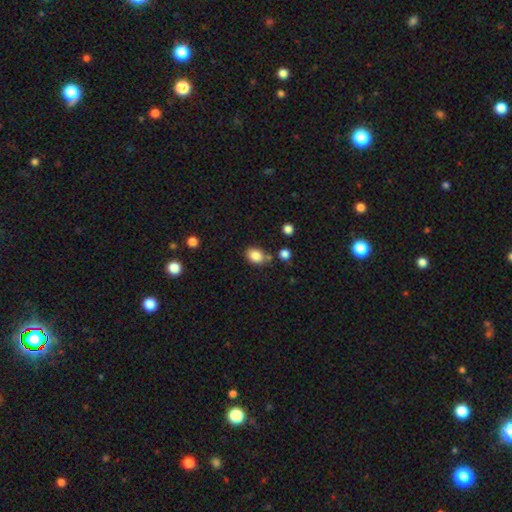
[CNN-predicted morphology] This appears to be a smooth galaxy with no disk features (85%) that is in between round and cigar-shaped (65%). Merging: none (68%).